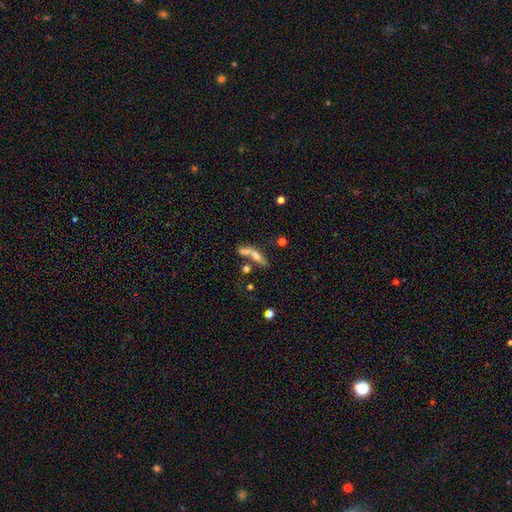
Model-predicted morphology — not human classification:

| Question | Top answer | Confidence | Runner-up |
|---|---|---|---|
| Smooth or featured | smooth | 55% | featured or disk (34%) |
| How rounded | cigar-shaped | 55% | in between (38%) |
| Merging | merger | 41% | none (36%) |